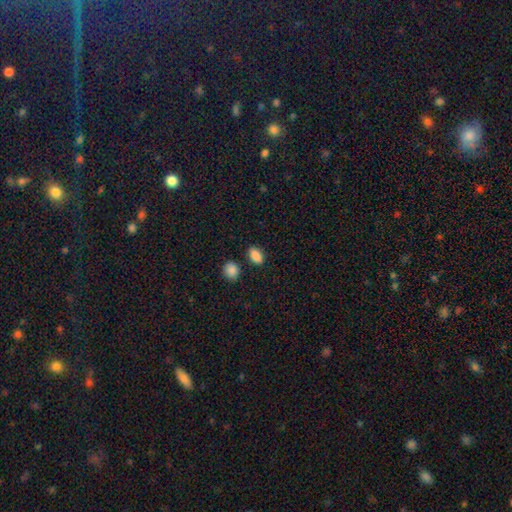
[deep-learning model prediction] A smooth galaxy with no disk features (88%) that is in between round and cigar-shaped (87%).

Vote fractions:
- Smooth or featured? smooth: 88% / star or artifact: 8% / featured or disk: 4%
- How rounded? in between: 87% / round: 10% / cigar-shaped: 2%
- Merging? none: 84% / minor disturbance: 9% / merger: 4% / major disturbance: 2%